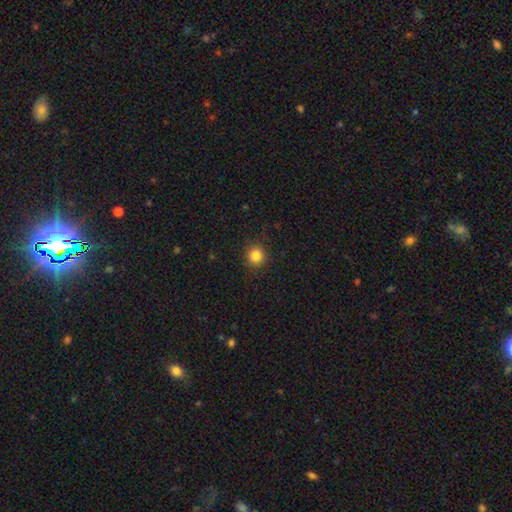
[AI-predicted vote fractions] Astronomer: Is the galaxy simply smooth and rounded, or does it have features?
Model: smooth — 84%.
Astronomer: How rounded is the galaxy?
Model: round — 93%.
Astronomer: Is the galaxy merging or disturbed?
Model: none — 90%.